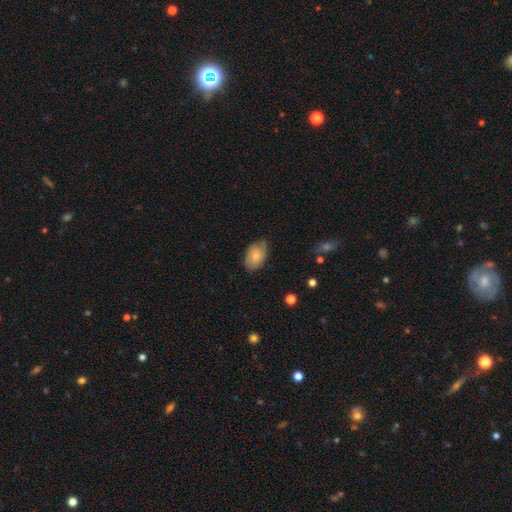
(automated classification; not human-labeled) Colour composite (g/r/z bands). It shows a smooth galaxy with no disk features (78%) that is in between round and cigar-shaped (90%). Merging: none (73%).